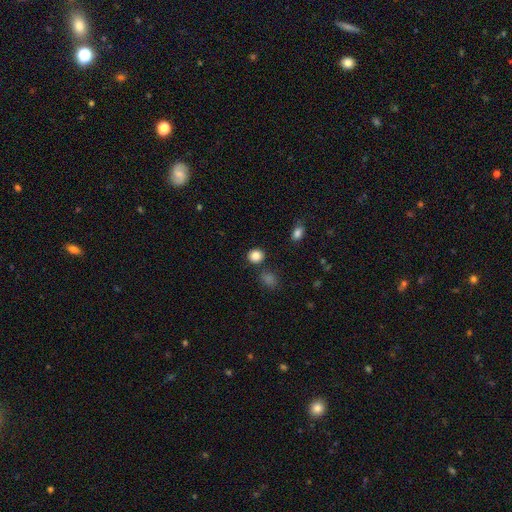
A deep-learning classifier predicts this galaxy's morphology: smooth_or_featured: smooth (p=0.85) [alt: star or artifact p=0.11]
how_rounded: round (p=0.80) [alt: in between p=0.19]
merging: none (p=0.82) [alt: minor disturbance p=0.09]